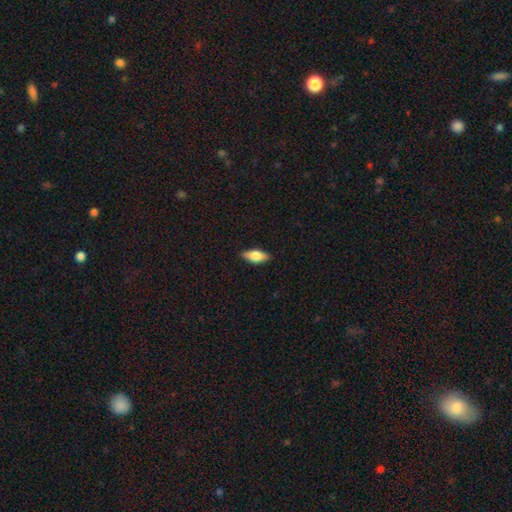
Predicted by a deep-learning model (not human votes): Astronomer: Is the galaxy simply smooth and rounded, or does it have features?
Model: smooth — 70%.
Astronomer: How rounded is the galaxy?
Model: in between — 81%.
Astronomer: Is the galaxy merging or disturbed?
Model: none — 88%.